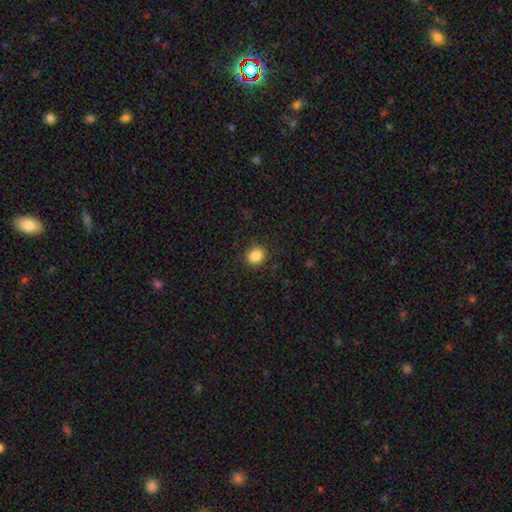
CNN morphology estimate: A smooth galaxy with no disk features (86%) that is round (75%). Merging: none (89%).